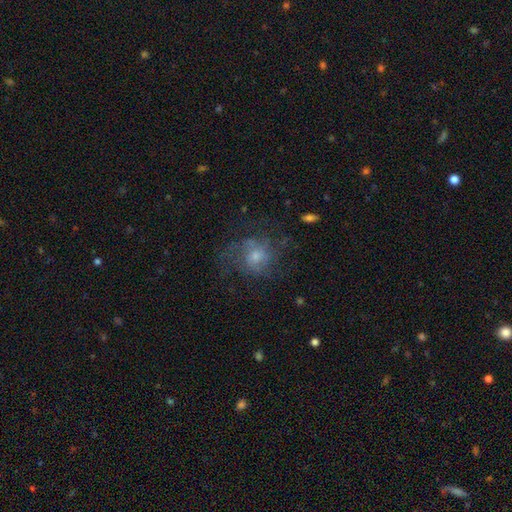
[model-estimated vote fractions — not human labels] smooth_or_featured: featured or disk (p=0.55) [alt: smooth p=0.30]
disk_edge_on: no (p=0.97) [alt: yes p=0.03]
bar: no (p=0.75) [alt: weak p=0.22]
has_spiral_arms: yes (p=0.75) [alt: no p=0.25]
bulge_size: small (p=0.44) [tied with: moderate p=0.44]
merging: none (p=0.58) [alt: major disturbance p=0.21]